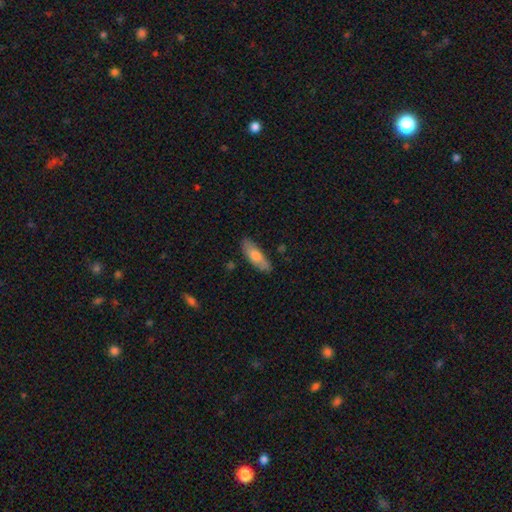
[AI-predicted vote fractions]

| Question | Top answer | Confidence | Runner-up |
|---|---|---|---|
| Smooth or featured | smooth | 71% | featured or disk (24%) |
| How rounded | in between | 58% | cigar-shaped (40%) |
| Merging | none | 81% | minor disturbance (14%) |